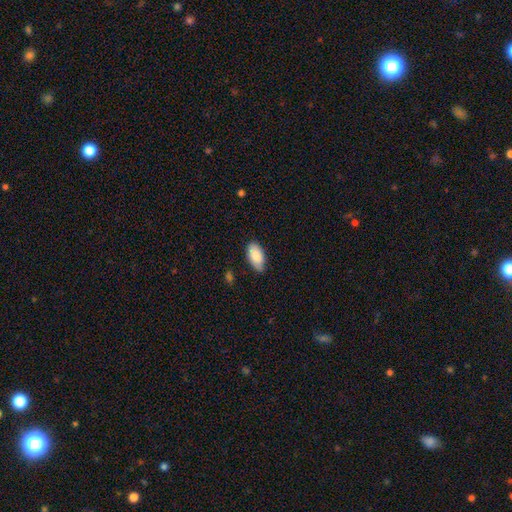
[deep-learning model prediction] The model was most divided on "merging": none: 74%, minor disturbance: 21%, major disturbance: 3%, merger: 1%. More confident: how rounded — in between (94%); smooth or featured — smooth (88%).